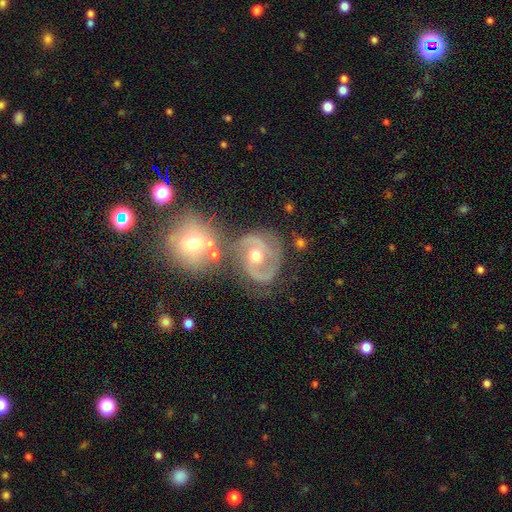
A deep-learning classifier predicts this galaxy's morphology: type=featured or disk (84%); edge-on=no (98%); bar=no (55%); spiral arms=yes (92%); winding=medium (50%); arm count=2 (84%); bulge=moderate (78%); merging=none (59%).